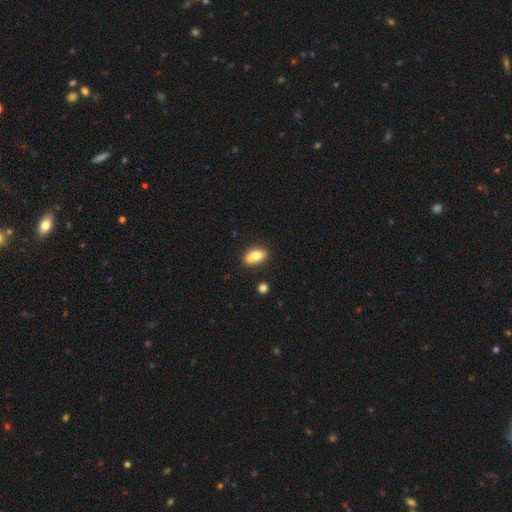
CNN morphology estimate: This appears to be a smooth galaxy with no disk features (75%) that is in between round and cigar-shaped (85%). Merging: none (68%).